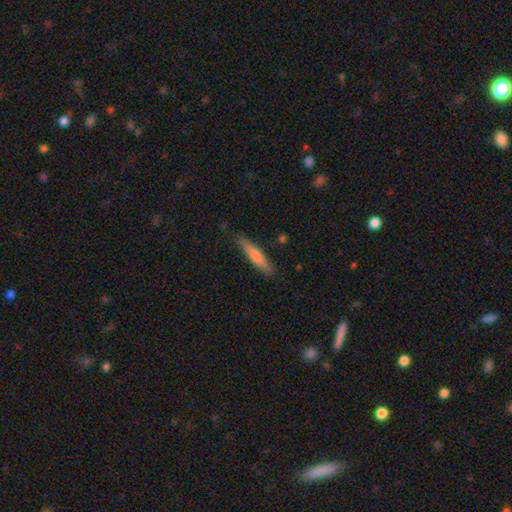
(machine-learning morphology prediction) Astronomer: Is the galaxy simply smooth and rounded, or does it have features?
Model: smooth — 59% (runner-up: featured or disk, 35%).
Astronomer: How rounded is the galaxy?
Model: cigar-shaped — 89%.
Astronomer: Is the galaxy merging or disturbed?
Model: none — 87%.